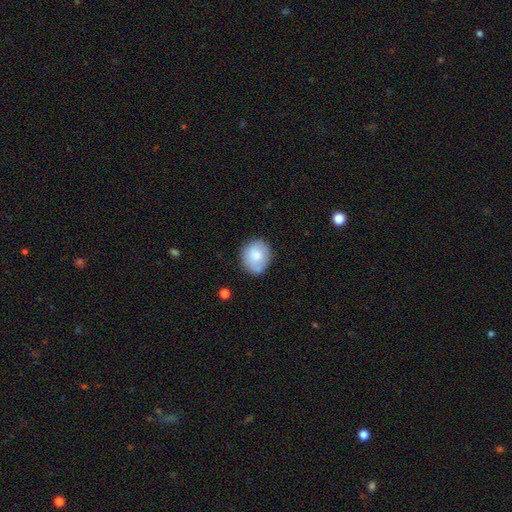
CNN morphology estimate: Q: Smooth or featured?
A: smooth (76%); runner-up: featured or disk (16%)
Q: How rounded?
A: round (70%); runner-up: in between (29%)
Q: Merging?
A: none (71%); runner-up: minor disturbance (20%)